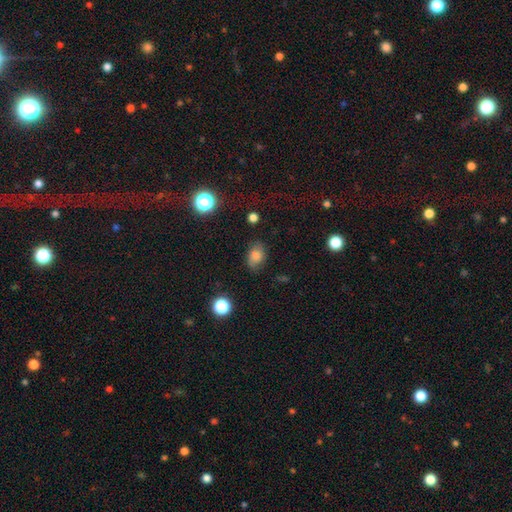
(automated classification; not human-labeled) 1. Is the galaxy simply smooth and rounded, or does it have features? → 69% smooth, 18% featured or disk, 14% star or artifact.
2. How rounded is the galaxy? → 75% in between, 24% round, 1% cigar-shaped.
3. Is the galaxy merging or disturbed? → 70% none, 22% minor disturbance, 7% major disturbance, 2% merger.